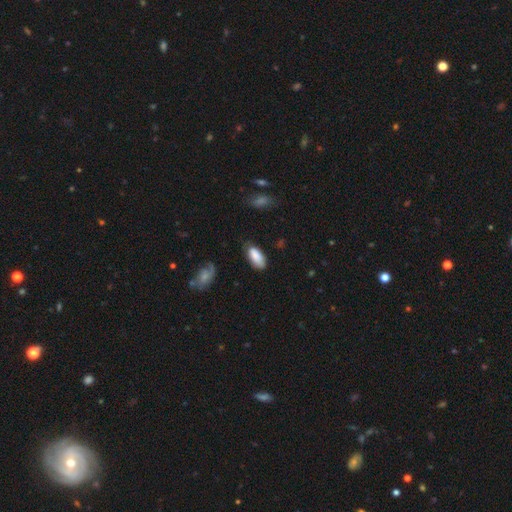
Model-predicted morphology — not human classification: Smooth or featured? smooth (85%)
How rounded? in between (91%)
Merging? none (67%)